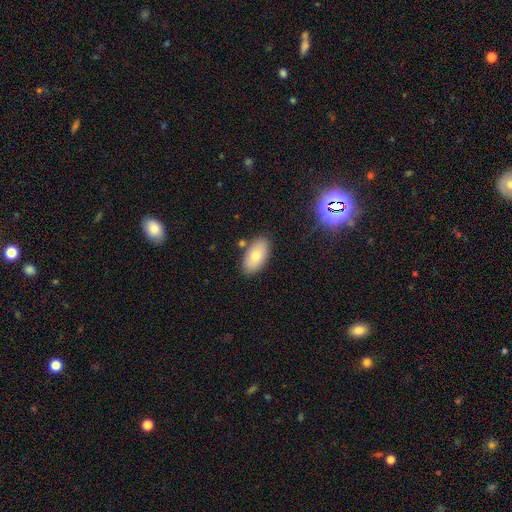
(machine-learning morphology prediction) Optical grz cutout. It shows a smooth galaxy with no disk features (75%) that is in between round and cigar-shaped (94%). Merging: none (82%).